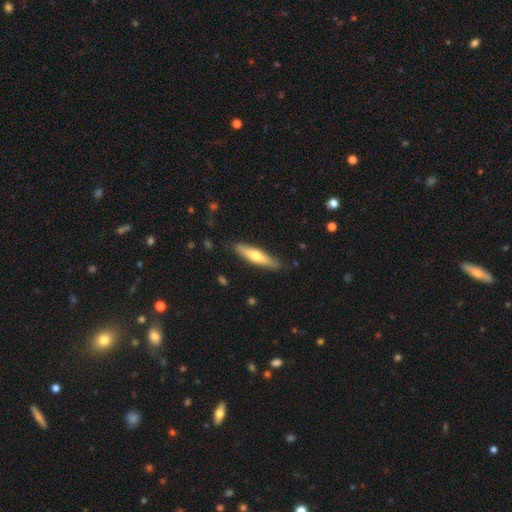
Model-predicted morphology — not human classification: A smooth galaxy with no disk features (53%) that is cigar-shaped (79%).

Vote fractions:
- Smooth or featured? smooth: 53% / featured or disk: 41% / star or artifact: 5%
- How rounded? cigar-shaped: 79% / in between: 19% / round: 2%
- Merging? none: 86% / minor disturbance: 11% / major disturbance: 2% / merger: 1%